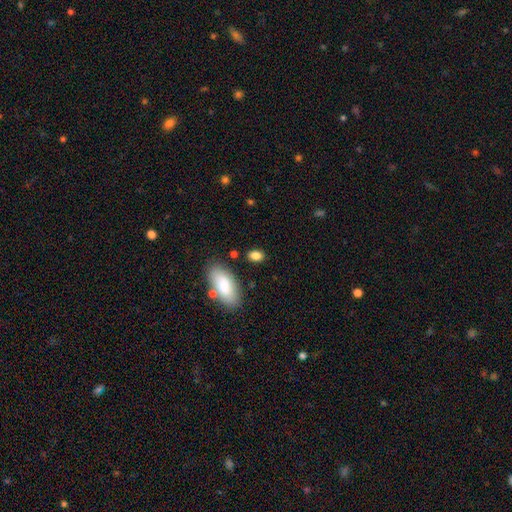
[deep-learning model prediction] Overall: smooth (84%). How rounded: in between (85%). Merging: none (78%).